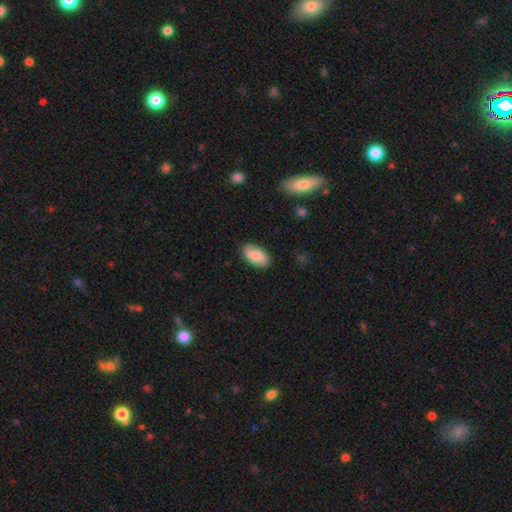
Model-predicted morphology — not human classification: smooth 72%, featured or disk 22%, star or artifact 7%. Down the decision tree: how rounded — in between (93%); merging — none (85%).